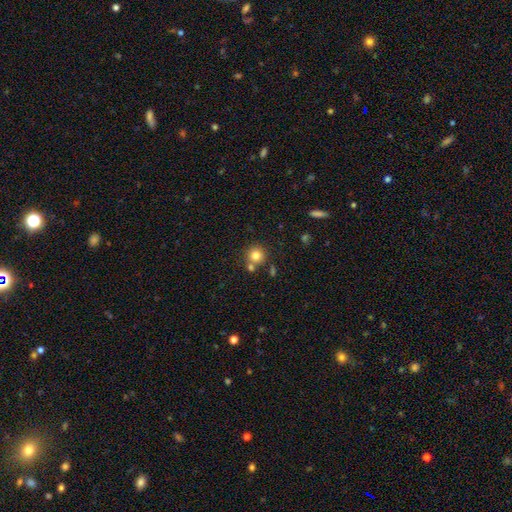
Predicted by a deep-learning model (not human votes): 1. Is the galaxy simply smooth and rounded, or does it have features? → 79% smooth, 12% star or artifact, 9% featured or disk.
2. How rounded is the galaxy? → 93% round, 6% in between, 1% cigar-shaped.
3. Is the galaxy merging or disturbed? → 72% none, 17% merger, 8% minor disturbance, 3% major disturbance.